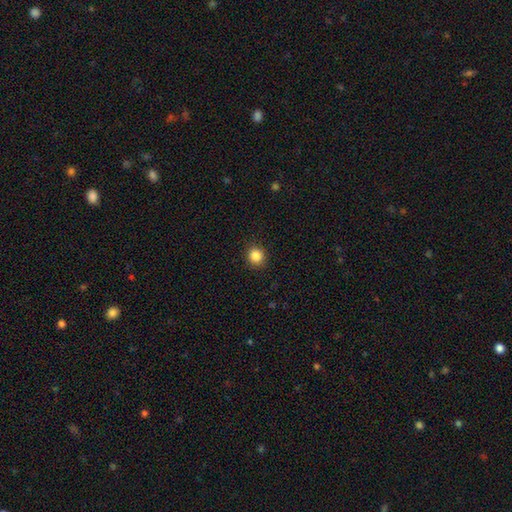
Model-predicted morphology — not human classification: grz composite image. It shows a smooth galaxy with no disk features (86%) that is round (86%). Merging: none (90%).